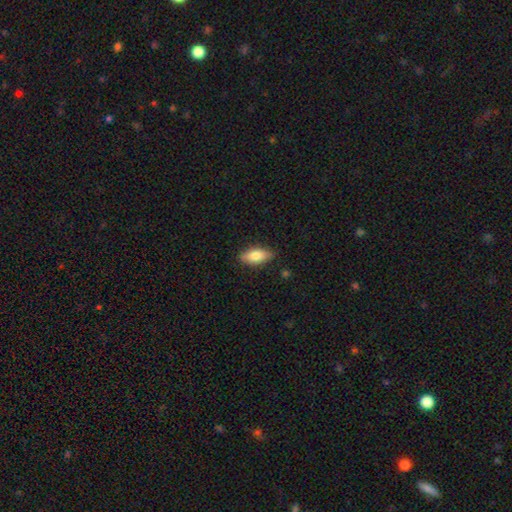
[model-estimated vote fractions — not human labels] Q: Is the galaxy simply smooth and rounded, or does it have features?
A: smooth — 75%.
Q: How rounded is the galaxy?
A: in between — 80%.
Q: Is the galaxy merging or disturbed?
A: none — 82%.